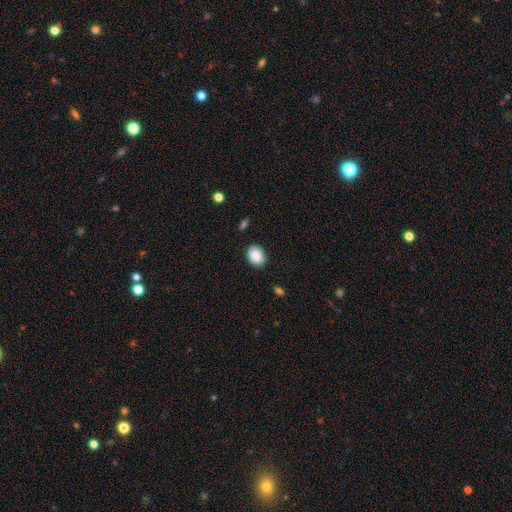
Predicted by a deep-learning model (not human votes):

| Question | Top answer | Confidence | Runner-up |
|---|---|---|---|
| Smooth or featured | smooth | 89% | star or artifact (7%) |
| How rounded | in between | 61% | round (38%) |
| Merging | none | 87% | minor disturbance (10%) |